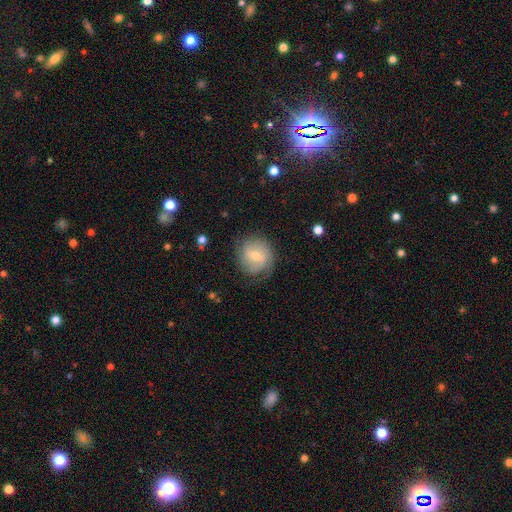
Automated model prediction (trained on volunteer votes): This is possibly a featured or disk galaxy (55%). It is clearly not viewed edge-on (96%). Bar: possibly weak (58%). Spiral arm pattern: clearly yes (82%). Central bulge: possibly moderate (52%). Merging: likely none (70%).